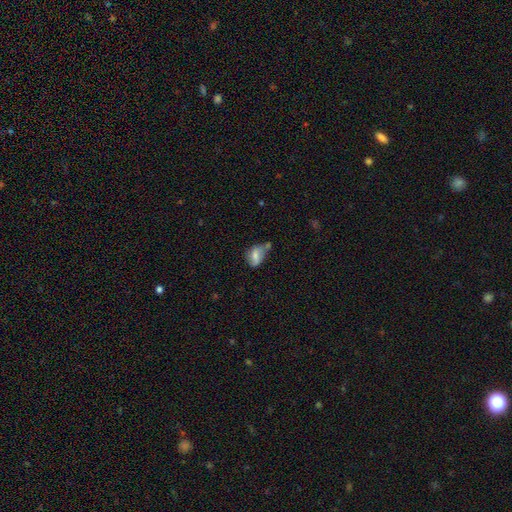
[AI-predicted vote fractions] Overall: smooth (59%; featured or disk 32%). How rounded: in between (76%). Merging: none (38%; minor disturbance 30%).